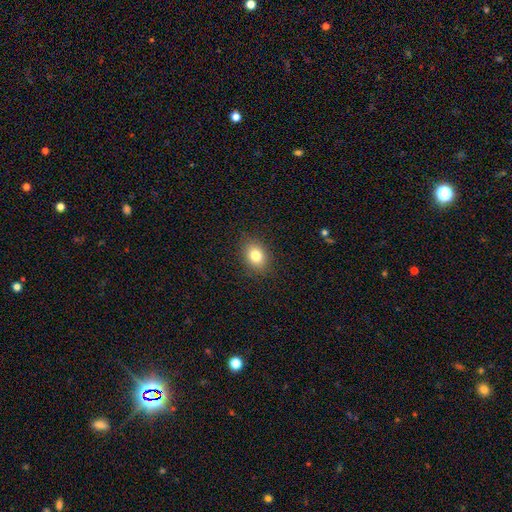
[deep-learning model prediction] The model was most divided on "how rounded": in between: 62%, round: 37%, cigar-shaped: 1%. More confident: merging — none (88%); smooth or featured — smooth (81%).